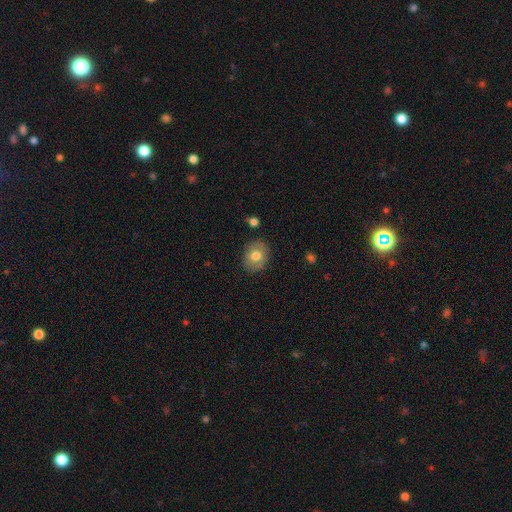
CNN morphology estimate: smooth_or_featured: smooth (p=0.73) [alt: featured or disk p=0.19]
how_rounded: round (p=0.53) [alt: in between p=0.46]
merging: none (p=0.85) [alt: minor disturbance p=0.11]